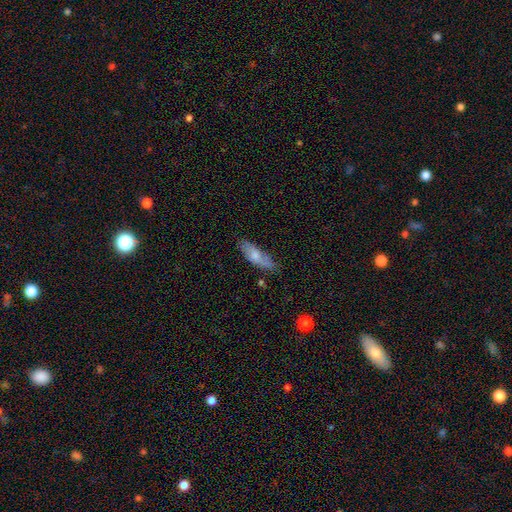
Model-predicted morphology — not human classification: Smooth or featured? Predicted: smooth (p=0.64). How rounded? Predicted: in between (p=0.62). Merging? Predicted: none (p=0.65).